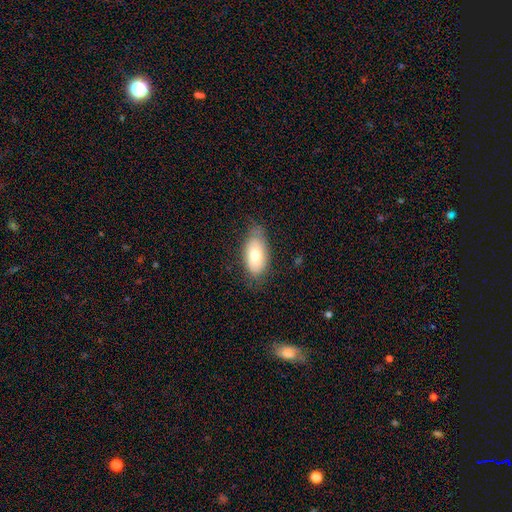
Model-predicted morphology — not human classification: A smooth galaxy with no disk features (70%) that is in between round and cigar-shaped (90%). Merging: none (67%).